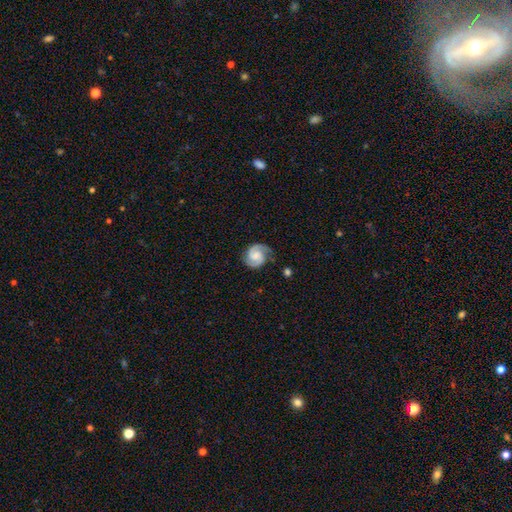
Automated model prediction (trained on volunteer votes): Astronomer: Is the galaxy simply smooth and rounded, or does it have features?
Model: featured or disk — 85%.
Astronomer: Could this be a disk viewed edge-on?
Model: no — 98%.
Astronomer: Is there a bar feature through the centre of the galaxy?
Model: no — 50% (runner-up: weak, 40%).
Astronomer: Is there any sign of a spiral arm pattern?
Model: yes — 98%.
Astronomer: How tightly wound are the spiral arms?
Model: medium — 45%, tied with tight at 45%.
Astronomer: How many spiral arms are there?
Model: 2 — 90%.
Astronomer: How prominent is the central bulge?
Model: moderate — 38% (runner-up: small, 32%).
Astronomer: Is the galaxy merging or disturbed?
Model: none — 78%.